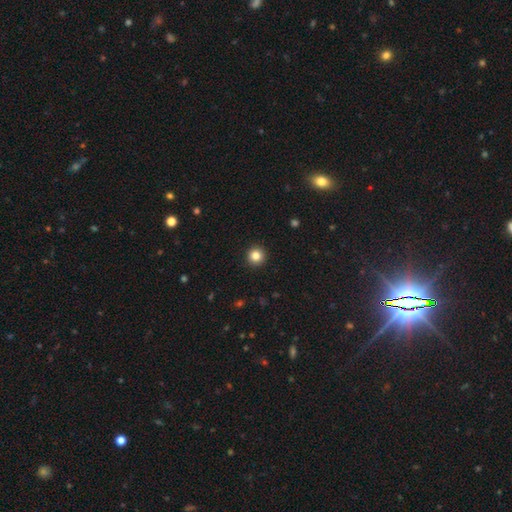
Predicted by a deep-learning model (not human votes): Smooth or featured?
  - smooth: 84% *
  - star or artifact: 11%
  - featured or disk: 5%
How rounded?
  - round: 95% *
  - in between: 4%
  - cigar-shaped: 1%
Merging?
  - none: 93% *
  - minor disturbance: 4%
  - major disturbance: 2%
  - merger: 1%